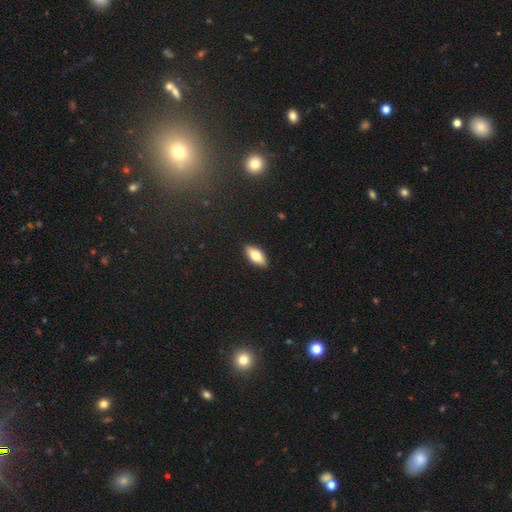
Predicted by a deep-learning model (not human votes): A smooth galaxy with no disk features (72%) that is in between round and cigar-shaped (83%). Merging: none (90%).